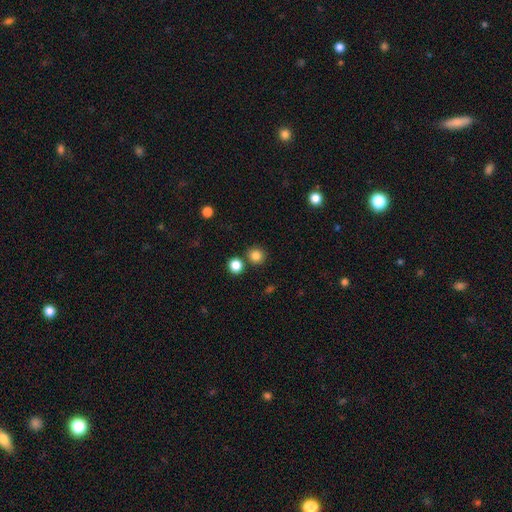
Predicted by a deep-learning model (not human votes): Q: Smooth or featured?
A: smooth (83%); runner-up: star or artifact (12%)
Q: How rounded?
A: round (92%); runner-up: in between (7%)
Q: Merging?
A: none (82%); runner-up: merger (10%)